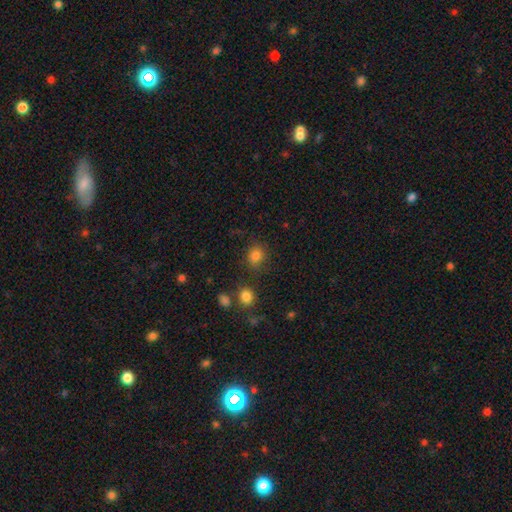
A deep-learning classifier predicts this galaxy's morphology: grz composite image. It shows a smooth galaxy with no disk features (81%) that is round (78%). Merging: none (77%).